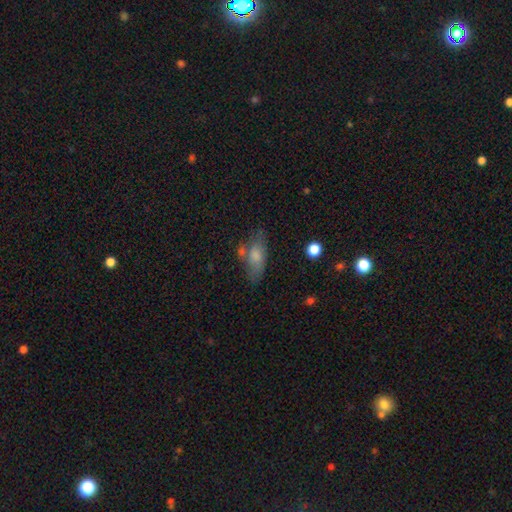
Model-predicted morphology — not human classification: smooth 70%, featured or disk 22%, star or artifact 8%. Down the decision tree: how rounded — in between (81%); merging — none (51%).